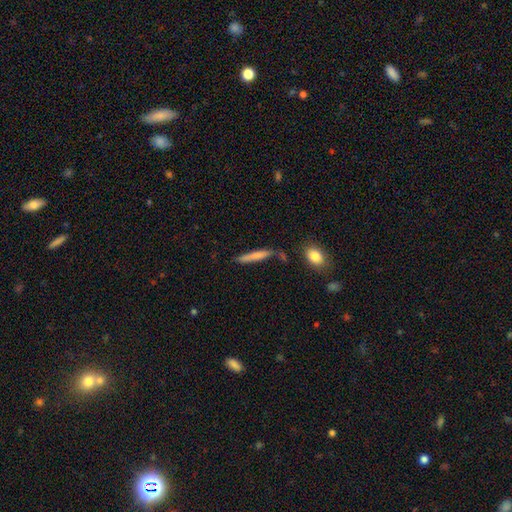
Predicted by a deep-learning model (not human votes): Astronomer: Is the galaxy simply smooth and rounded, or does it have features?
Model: smooth — 74%.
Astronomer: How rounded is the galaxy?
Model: cigar-shaped — 91%.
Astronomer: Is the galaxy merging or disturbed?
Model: none — 71%.